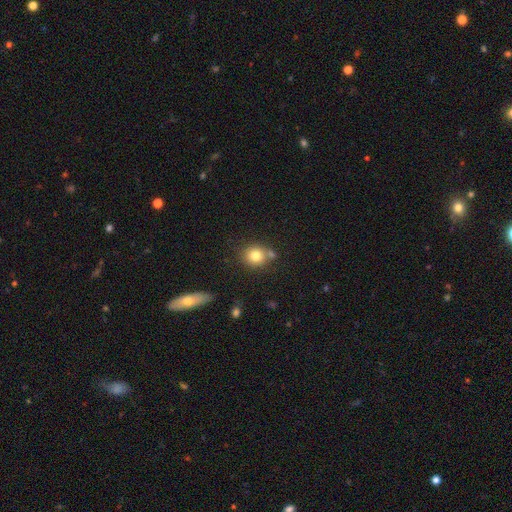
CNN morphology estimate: Q: Smooth or featured?
A: smooth (79%); runner-up: star or artifact (11%)
Q: How rounded?
A: round (78%); runner-up: in between (21%)
Q: Merging?
A: none (67%); runner-up: merger (16%)